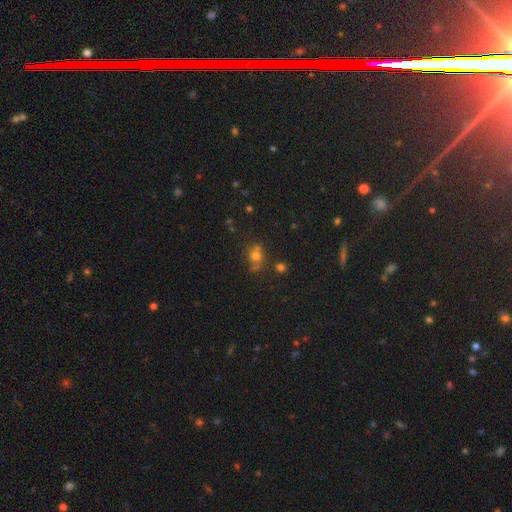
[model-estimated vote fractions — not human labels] Smooth or featured?
  - smooth: 65% *
  - star or artifact: 22%
  - featured or disk: 13%
How rounded?
  - round: 75% *
  - in between: 24%
  - cigar-shaped: 1%
Merging?
  - none: 54% *
  - merger: 23%
  - minor disturbance: 15%
  - major disturbance: 7%